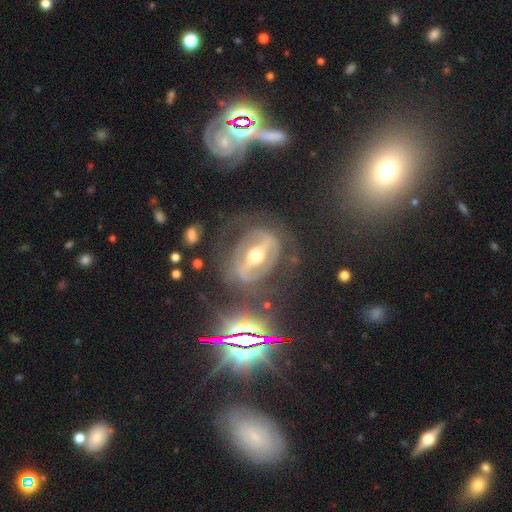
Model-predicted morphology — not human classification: The model was most divided on "spiral arms": yes: 70%, no: 30%. More confident: edge-on disk — no (89%); smooth or featured — featured or disk (79%); bar — strong (76%); bulge size — moderate (73%); merging — none (67%).